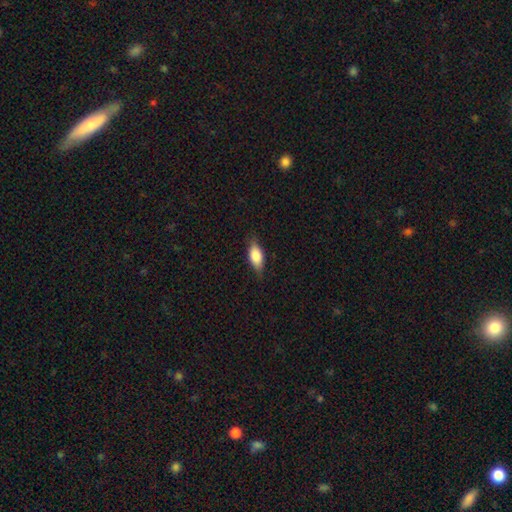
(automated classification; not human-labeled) The model was most divided on "merging": none: 79%, minor disturbance: 17%, major disturbance: 3%, merger: 1%. More confident: how rounded — in between (83%); smooth or featured — smooth (79%).